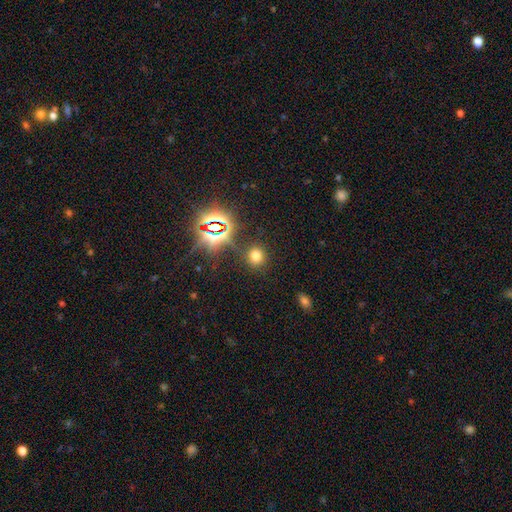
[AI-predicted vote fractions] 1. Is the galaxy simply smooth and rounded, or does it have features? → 64% smooth, 29% star or artifact, 8% featured or disk.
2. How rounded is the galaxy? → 85% round, 14% in between, 1% cigar-shaped.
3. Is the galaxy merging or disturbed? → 84% none, 9% minor disturbance, 4% major disturbance, 3% merger.